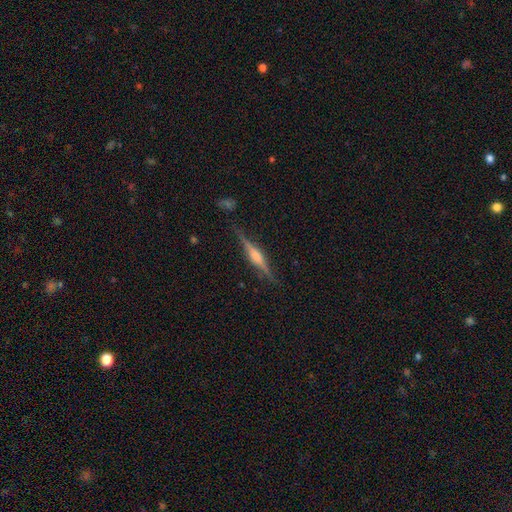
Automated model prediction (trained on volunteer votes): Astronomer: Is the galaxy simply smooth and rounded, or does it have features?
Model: featured or disk — 77%.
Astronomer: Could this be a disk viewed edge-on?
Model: yes — 98%.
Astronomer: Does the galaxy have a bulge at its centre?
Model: rounded — 75%.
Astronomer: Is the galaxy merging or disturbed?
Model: none — 86%.